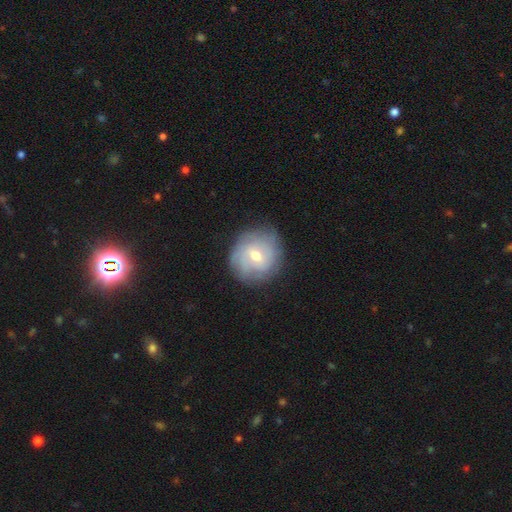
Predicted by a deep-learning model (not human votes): Smooth or featured: featured or disk — 51% (smooth — 41%)
Edge-on disk: no — 96% (yes — 4%)
Merging: none — 79% (minor disturbance — 15%)